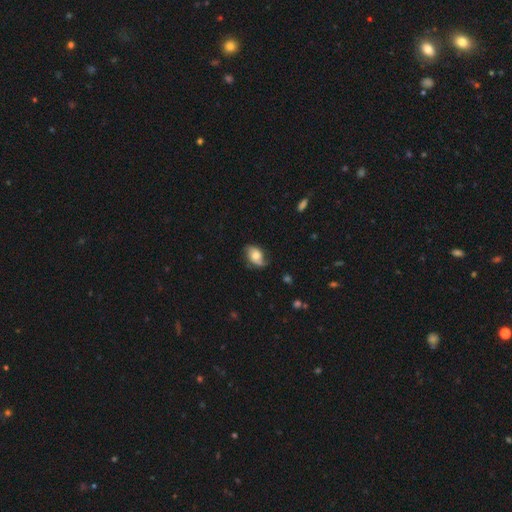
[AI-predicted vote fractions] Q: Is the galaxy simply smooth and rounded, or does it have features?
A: featured or disk — 61%.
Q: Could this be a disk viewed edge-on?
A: no — 96%.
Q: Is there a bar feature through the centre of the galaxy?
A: no — 68%.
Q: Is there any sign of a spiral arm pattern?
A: yes — 90%.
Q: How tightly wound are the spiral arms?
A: loose — 44%.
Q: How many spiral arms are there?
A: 2 — 73%.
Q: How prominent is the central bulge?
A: moderate — 55%.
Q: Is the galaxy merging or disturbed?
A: none — 63%.